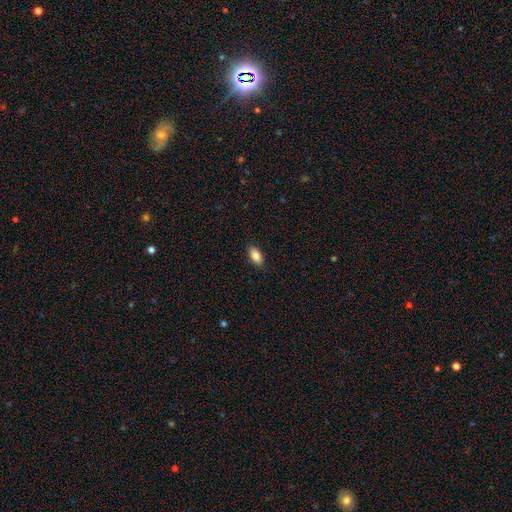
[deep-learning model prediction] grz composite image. It shows a smooth galaxy with no disk features (85%) that is in between round and cigar-shaped (90%). Merging: none (89%).